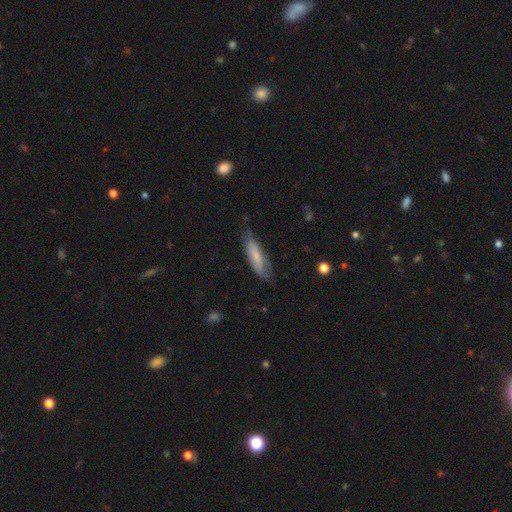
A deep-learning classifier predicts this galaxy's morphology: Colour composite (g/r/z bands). It shows a smooth galaxy with no disk features (70%) that is cigar-shaped (65%). Merging: none (71%).